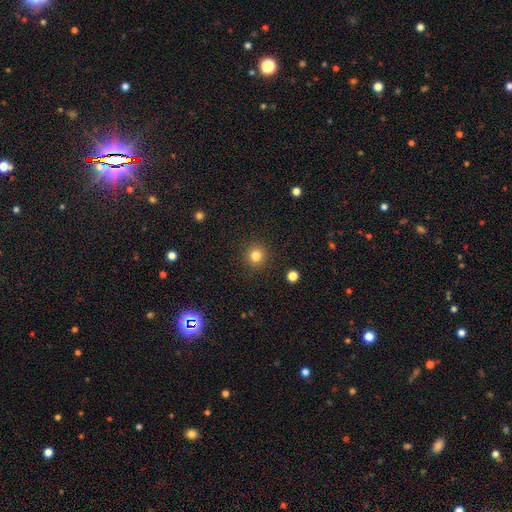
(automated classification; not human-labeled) This is clearly a smooth galaxy (82%). How rounded: clearly round (94%). Merging: clearly none (91%).